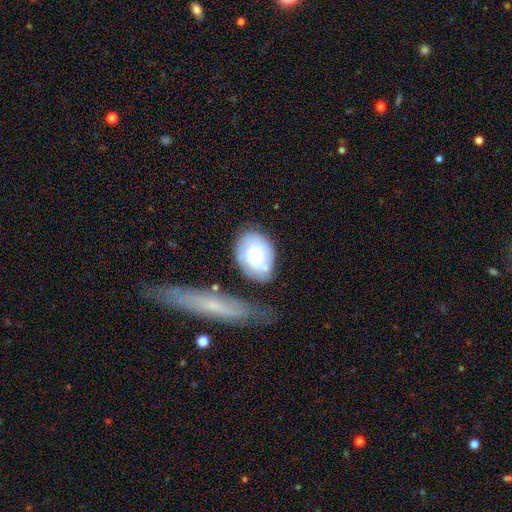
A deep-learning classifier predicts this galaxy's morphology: This appears to be a smooth galaxy with no disk features (59%) that is in between round and cigar-shaped (70%). Merging: none (54%).